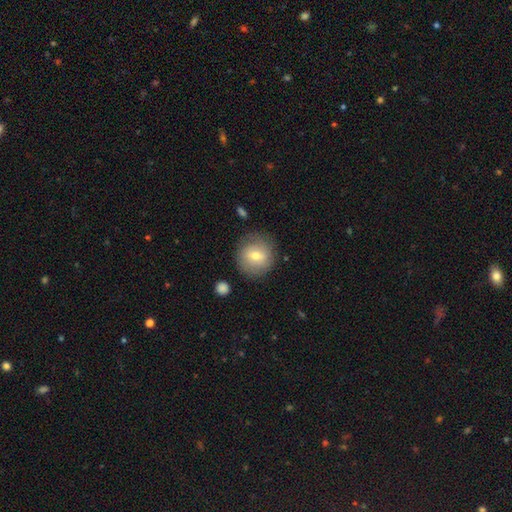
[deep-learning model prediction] smooth 70%, featured or disk 22%, star or artifact 8%. Down the decision tree: how rounded — round (90%); merging — none (81%).